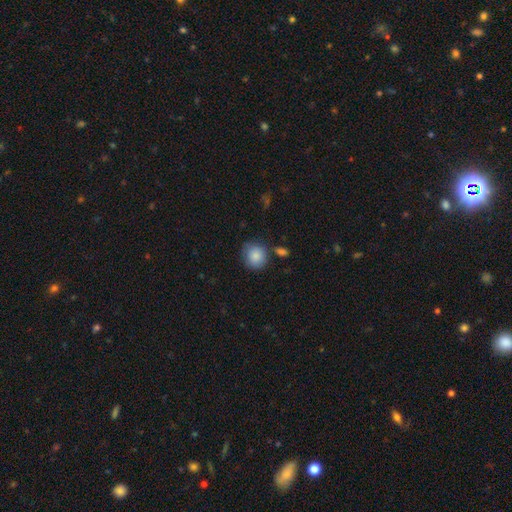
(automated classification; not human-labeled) smooth 86%, star or artifact 8%, featured or disk 6%. Down the decision tree: how rounded — round (86%); merging — none (73%).